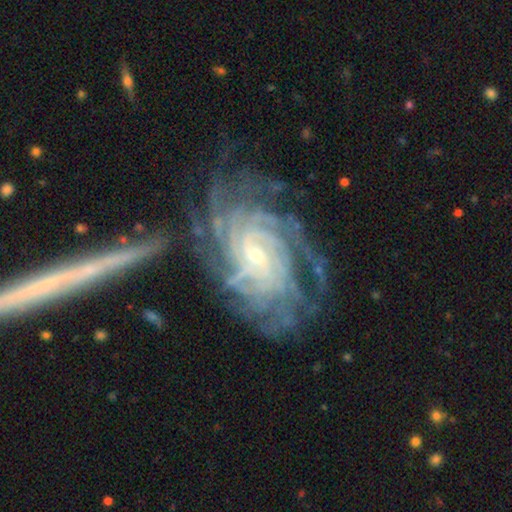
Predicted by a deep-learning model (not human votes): featured or disk 90%, star or artifact 6%, smooth 4%. Down the decision tree: edge-on disk — no (96%); bar — no (53%); spiral arms — yes (98%); spiral arm count — more than 4 (29%); spiral winding — tight (76%); bulge size — small (75%); merging — none (62%).